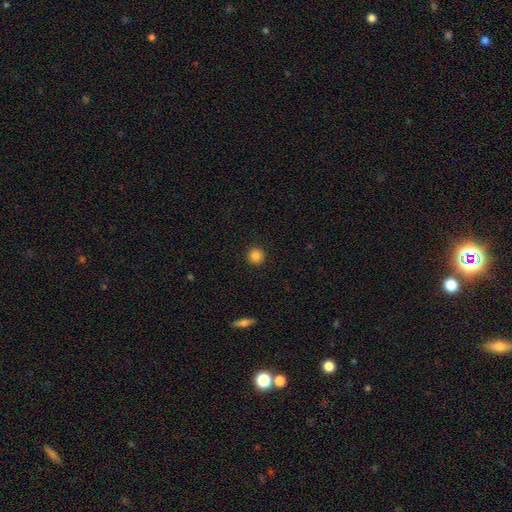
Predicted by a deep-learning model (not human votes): This appears to be a smooth galaxy with no disk features (86%) that is round (95%). Merging: none (93%).